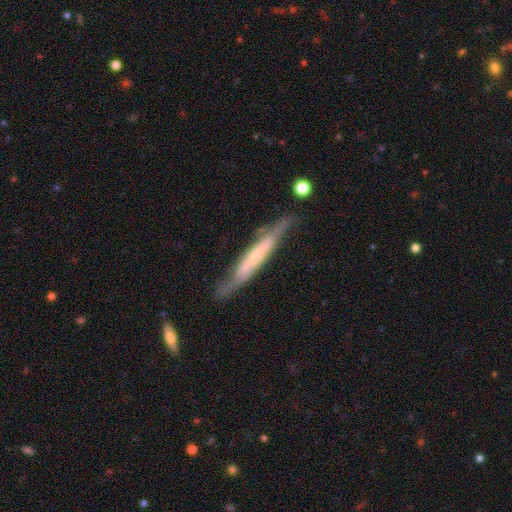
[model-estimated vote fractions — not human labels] smooth-or-featured: featured or disk: 63% | smooth: 31% | star or artifact: 6%
  disk-edge-on: yes: 78% | no: 22%
  merging: none: 72% | minor disturbance: 20% | major disturbance: 5% | merger: 3%